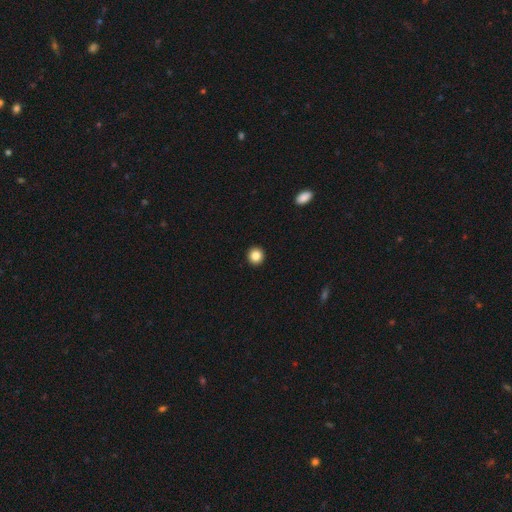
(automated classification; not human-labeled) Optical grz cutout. It shows a smooth galaxy with no disk features (85%) that is round (94%). Merging: none (94%).